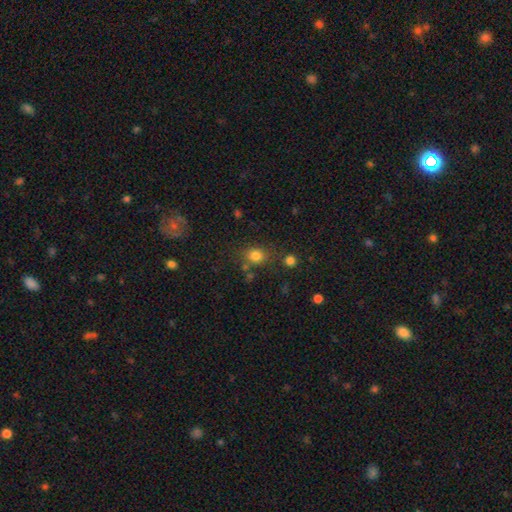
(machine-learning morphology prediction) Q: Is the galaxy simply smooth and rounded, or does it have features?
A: smooth — 80%.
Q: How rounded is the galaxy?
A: round — 61%.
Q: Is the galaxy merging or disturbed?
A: none — 71%.